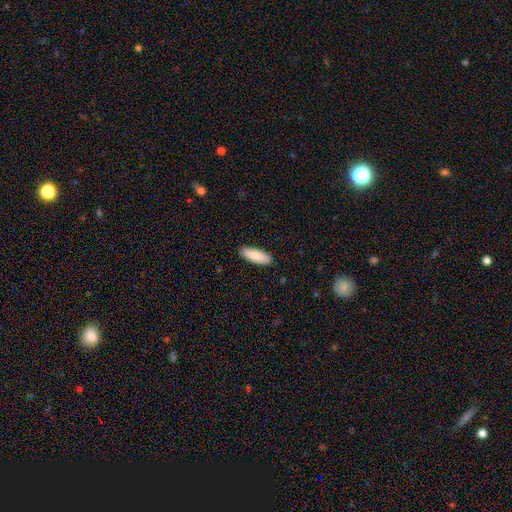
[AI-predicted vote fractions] Overall: smooth (85%). How rounded: in between (56%; cigar-shaped 43%). Merging: none (90%).